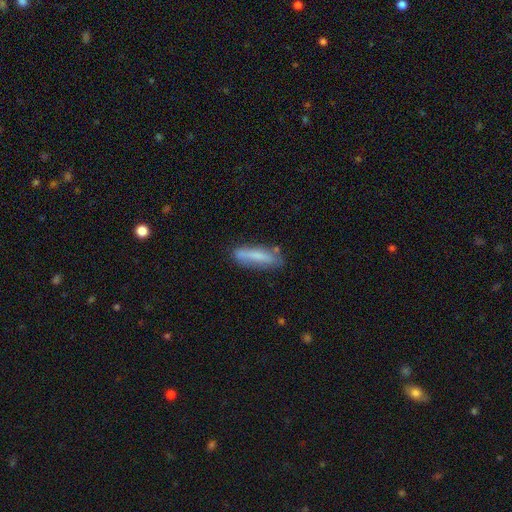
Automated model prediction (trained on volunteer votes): The model was most divided on "smooth or featured": smooth: 67%, featured or disk: 26%, star or artifact: 7%. More confident: how rounded — cigar-shaped (72%); merging — none (68%).